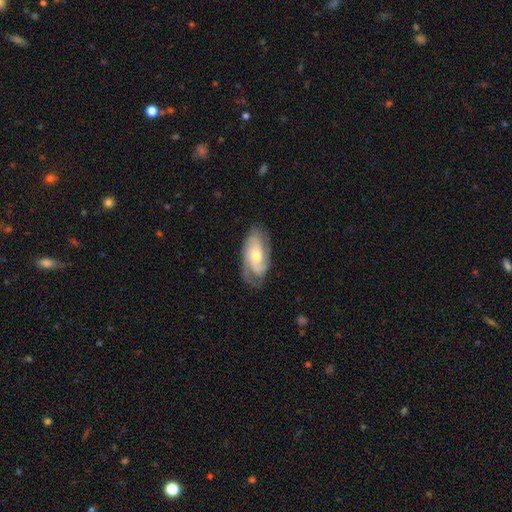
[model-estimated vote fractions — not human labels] Overall: featured or disk (77%). Edge-on disk: no (94%). Bar: no (66%; weak 27%). Spiral arms: yes (94%). Spiral arm count: 2 (40%; 3 28%). Spiral winding: tight (46%; medium 41%). Bulge size: moderate (61%; small 31%). Merging: none (72%).